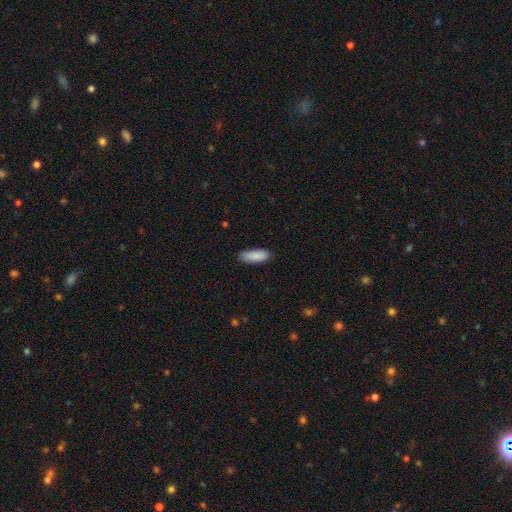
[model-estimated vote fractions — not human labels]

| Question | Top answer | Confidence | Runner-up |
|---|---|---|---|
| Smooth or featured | smooth | 90% | star or artifact (6%) |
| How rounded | in between | 70% | cigar-shaped (29%) |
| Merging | none | 86% | minor disturbance (11%) |